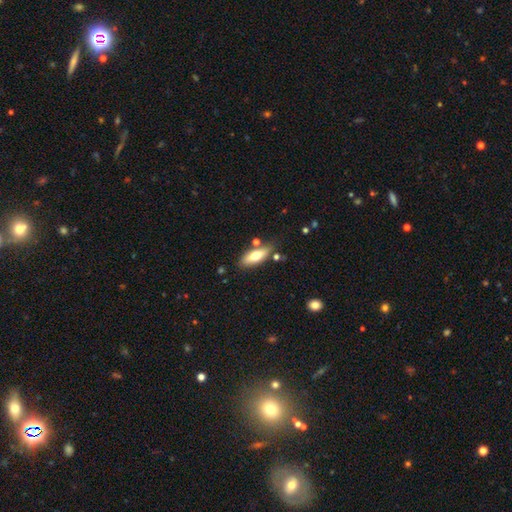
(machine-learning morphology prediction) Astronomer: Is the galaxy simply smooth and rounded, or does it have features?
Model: smooth — 68%.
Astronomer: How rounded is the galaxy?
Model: in between — 67%.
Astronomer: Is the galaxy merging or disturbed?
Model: none — 75%.